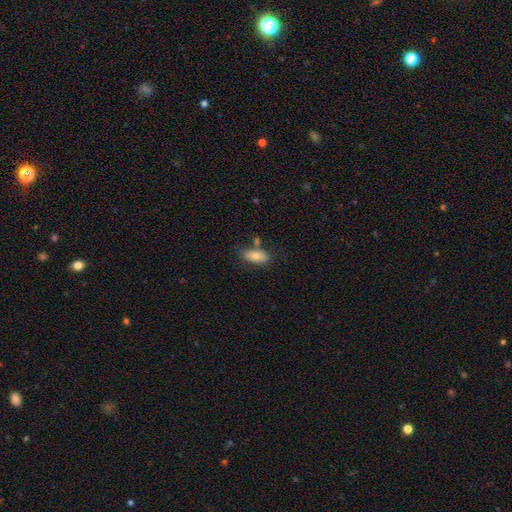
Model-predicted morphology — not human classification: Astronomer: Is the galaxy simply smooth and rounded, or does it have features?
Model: smooth — 70%.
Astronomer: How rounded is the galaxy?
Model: in between — 83%.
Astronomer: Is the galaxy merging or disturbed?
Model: none — 67%.